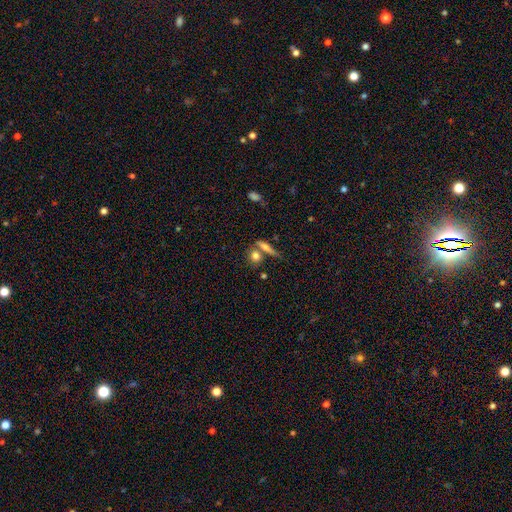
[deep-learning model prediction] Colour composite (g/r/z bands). It shows a smooth galaxy with no disk features (74%) that is round (59%). Merging: none (57%).